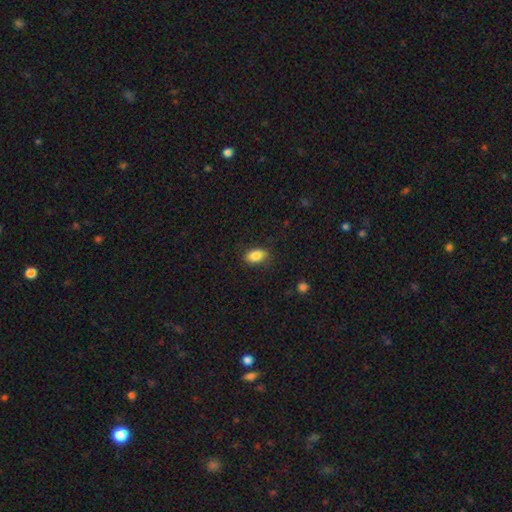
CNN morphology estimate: smooth-or-featured: smooth: 86% | star or artifact: 8% | featured or disk: 6%
  how-rounded: in between: 89% | round: 9% | cigar-shaped: 2%
  merging: none: 84% | minor disturbance: 11% | major disturbance: 3% | merger: 1%